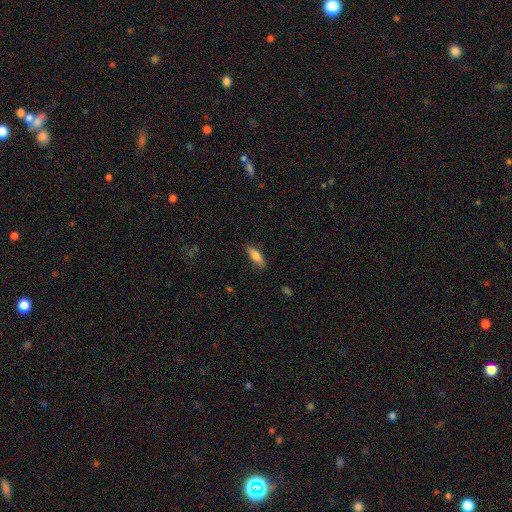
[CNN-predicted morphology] This appears to be a smooth galaxy with no disk features (79%) that is in between round and cigar-shaped (59%). Merging: none (86%).